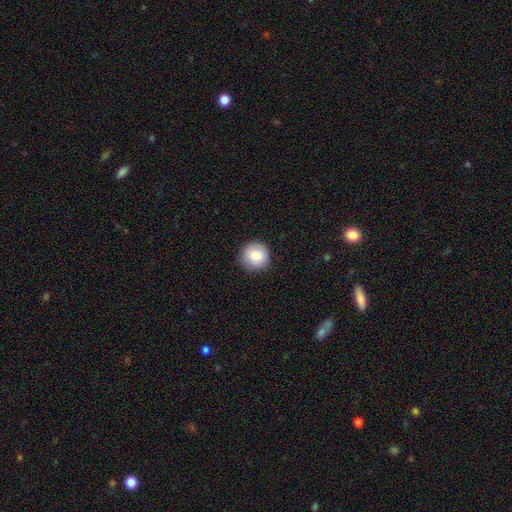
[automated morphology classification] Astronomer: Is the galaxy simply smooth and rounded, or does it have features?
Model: smooth — 86%.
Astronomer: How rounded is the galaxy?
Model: round — 95%.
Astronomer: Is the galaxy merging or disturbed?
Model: none — 89%.